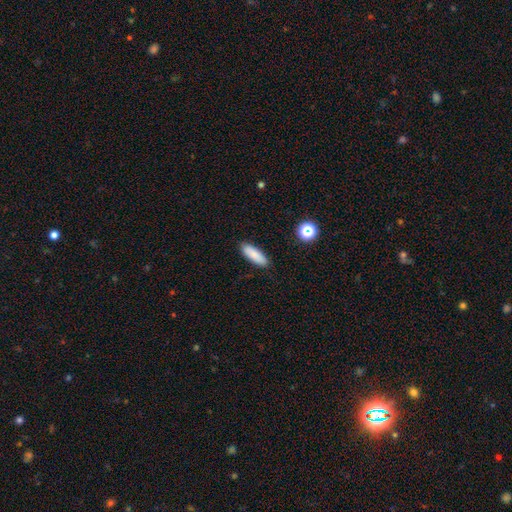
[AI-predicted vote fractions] A smooth galaxy with no disk features (85%) that is in between round and cigar-shaped (56%).

Vote fractions:
- Smooth or featured? smooth: 85% / star or artifact: 8% / featured or disk: 8%
- How rounded? in between: 56% / cigar-shaped: 42% / round: 2%
- Merging? none: 89% / minor disturbance: 8% / major disturbance: 2% / merger: 1%